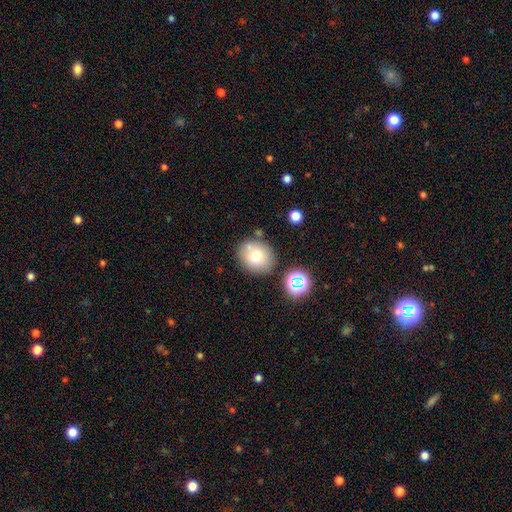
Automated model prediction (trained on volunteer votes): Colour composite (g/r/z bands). It shows a smooth galaxy with no disk features (72%) that is round (76%). Merging: none (79%).